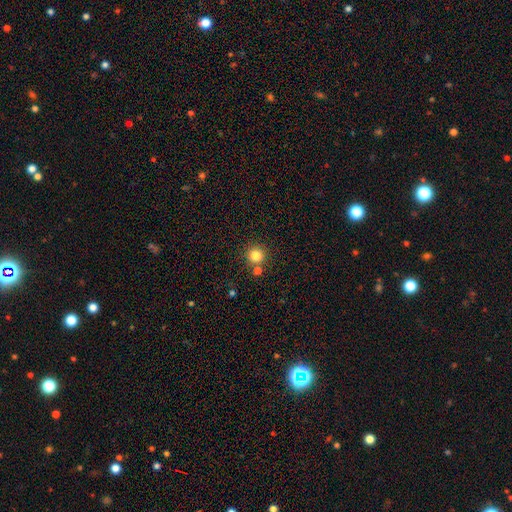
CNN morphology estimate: Smooth or featured? smooth (82%)
How rounded? round (94%)
Merging? none (77%)